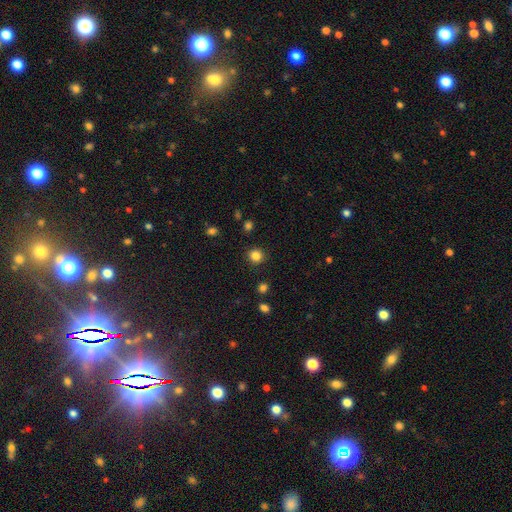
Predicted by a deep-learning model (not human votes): A smooth galaxy with no disk features (84%) that is round (90%). Merging: none (90%).